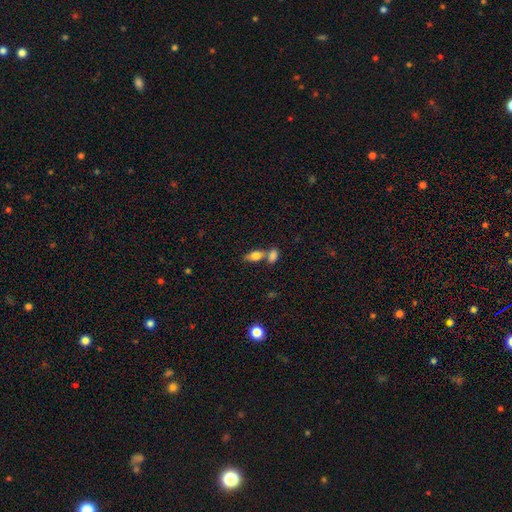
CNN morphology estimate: smooth-or-featured: smooth: 77% | featured or disk: 14% | star or artifact: 9%
  how-rounded: in between: 83% | cigar-shaped: 9% | round: 8%
  merging: merger: 43% (tied) | none: 43% (tied) | minor disturbance: 10% | major disturbance: 4%